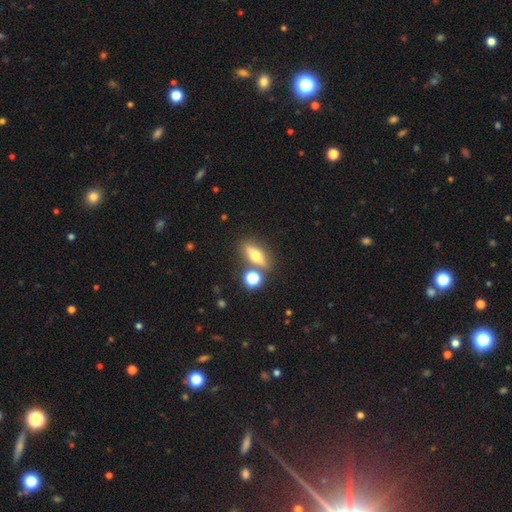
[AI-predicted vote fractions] Overall: smooth (45%, tied with featured or disk). Merging: none (75%).